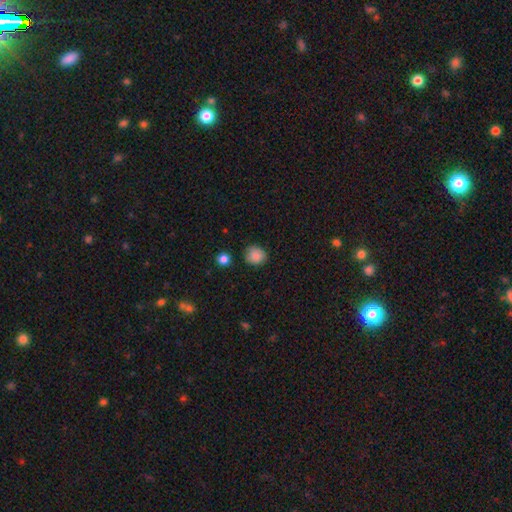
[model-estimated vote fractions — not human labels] smooth_or_featured: smooth (p=0.87) [alt: star or artifact p=0.10]
how_rounded: round (p=0.81) [alt: in between p=0.18]
merging: none (p=0.82) [alt: minor disturbance p=0.13]